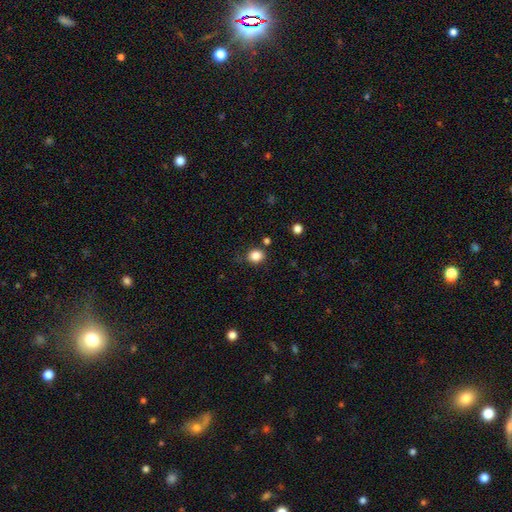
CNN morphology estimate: This is clearly a smooth galaxy (85%). How rounded: likely round (72%). Merging: likely none (78%).